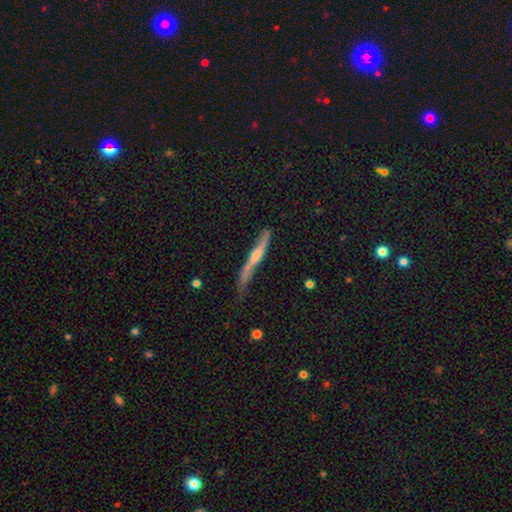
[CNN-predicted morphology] Q: Smooth or featured?
A: featured or disk (63%); runner-up: smooth (31%)
Q: Edge-on disk?
A: yes (83%); runner-up: no (17%)
Q: Edge-on bulge?
A: rounded (55%); runner-up: none (30%)
Q: Merging?
A: none (52%); runner-up: minor disturbance (30%)